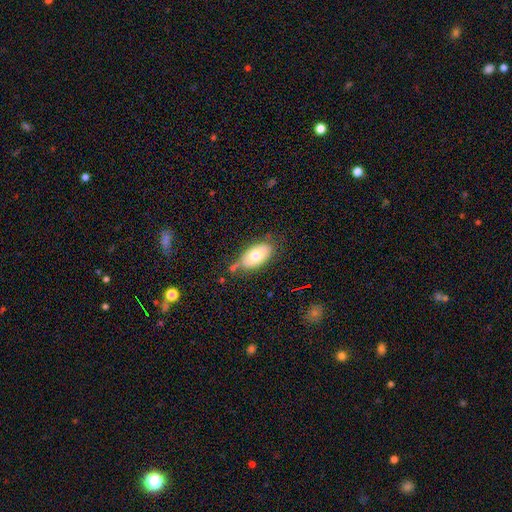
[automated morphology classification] A smooth galaxy with no disk features (71%) that is in between round and cigar-shaped (93%). Merging: none (69%).